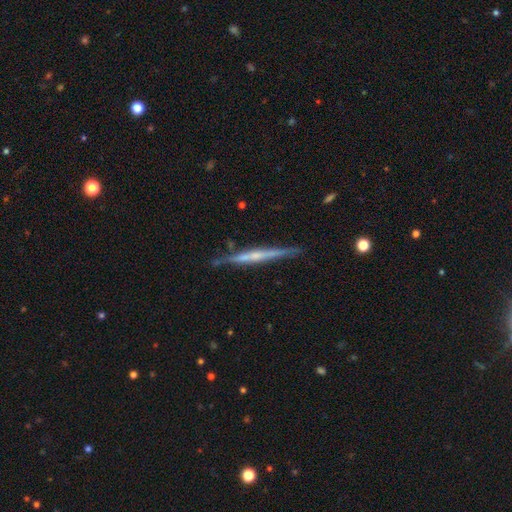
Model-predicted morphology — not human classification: The model was most divided on "edge-on bulge": none: 48%, rounded: 41%, boxy: 10%. More confident: edge-on disk — yes (97%); merging — none (84%); smooth or featured — featured or disk (70%).